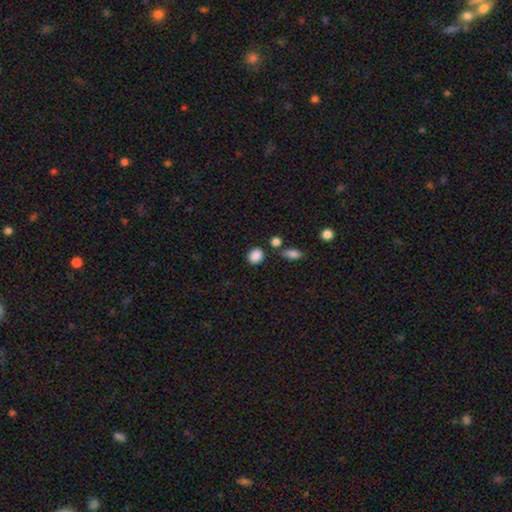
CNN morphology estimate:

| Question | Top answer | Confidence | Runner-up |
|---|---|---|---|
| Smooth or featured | smooth | 88% | star or artifact (9%) |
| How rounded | round | 50% | in between (49%) |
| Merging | none | 76% | minor disturbance (12%) |